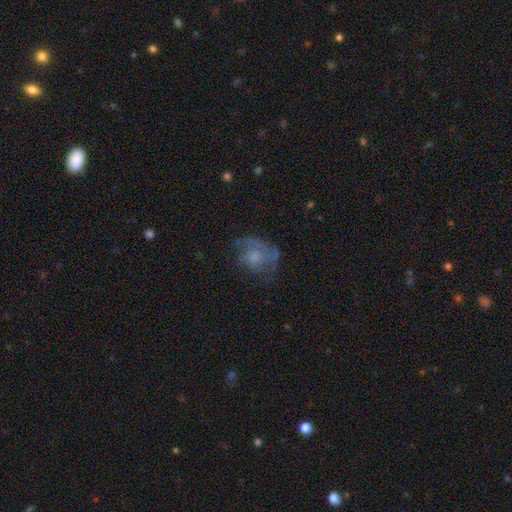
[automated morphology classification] This is possibly a featured or disk galaxy (55%). It is clearly not viewed edge-on (97%). Bar: likely no (79%). Spiral arm pattern: likely yes (67%). Central bulge: marginally moderate (33%, tied with small). Merging: possibly none (50%).